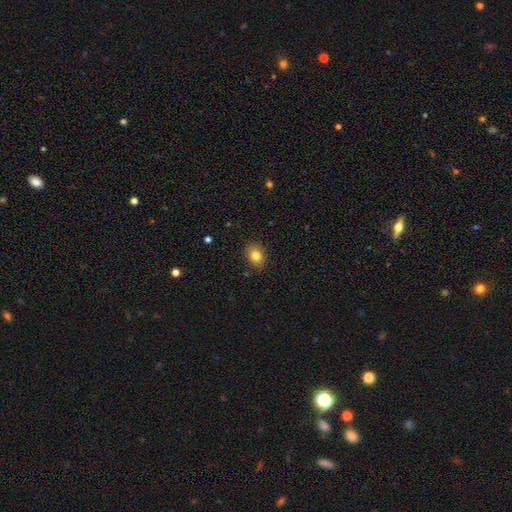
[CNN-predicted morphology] This is clearly a smooth galaxy (82%). How rounded: possibly round (53%). Merging: clearly none (85%).